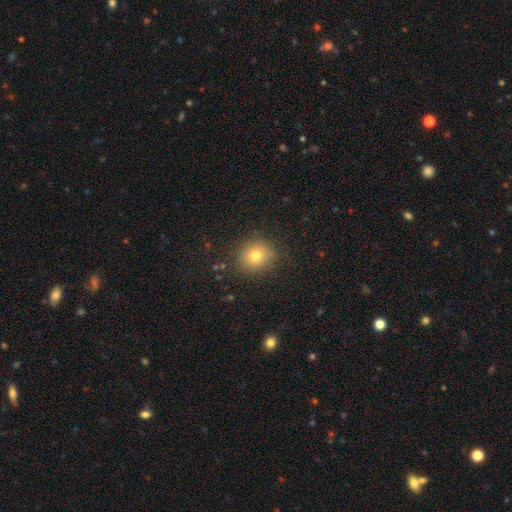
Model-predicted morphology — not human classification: A smooth galaxy with no disk features (77%) that is round (69%). Merging: none (83%).